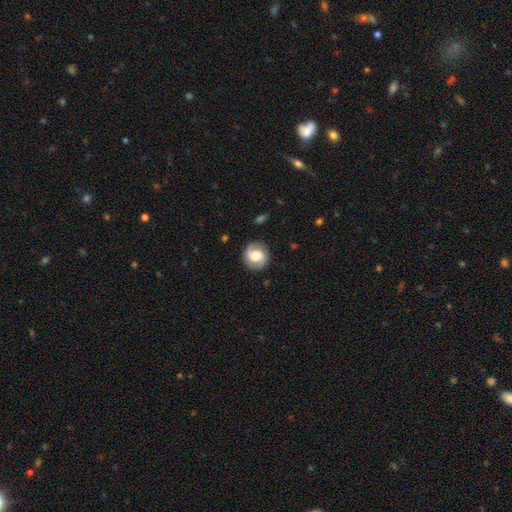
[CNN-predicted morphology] This appears to be a featured or disk galaxy (70%) with no bar (46%), 2 (89%) medium (46%) spiral arms (94%) and a moderate central bulge (53%). Merging: none (84%).